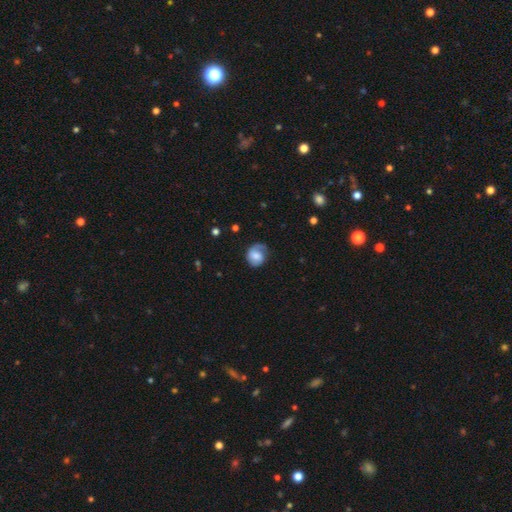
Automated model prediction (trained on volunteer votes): Smooth or featured?
  - featured or disk: 50% *
  - smooth: 42%
  - star or artifact: 8%
Merging?
  - none: 57% *
  - minor disturbance: 26%
  - major disturbance: 15%
  - merger: 2%